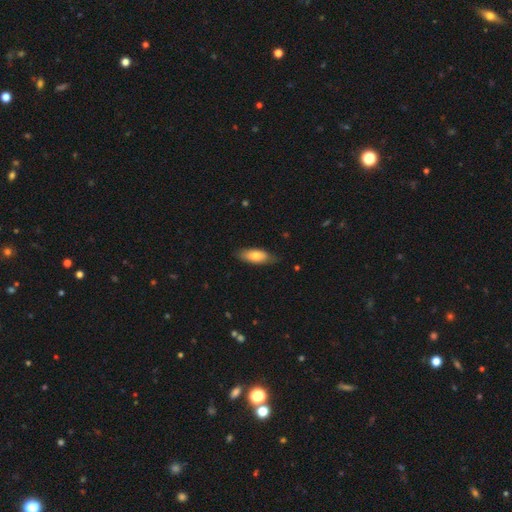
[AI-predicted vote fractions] Smooth or featured: smooth — 74% (featured or disk — 20%)
How rounded: in between — 79% (cigar-shaped — 19%)
Merging: none — 77% (minor disturbance — 19%)